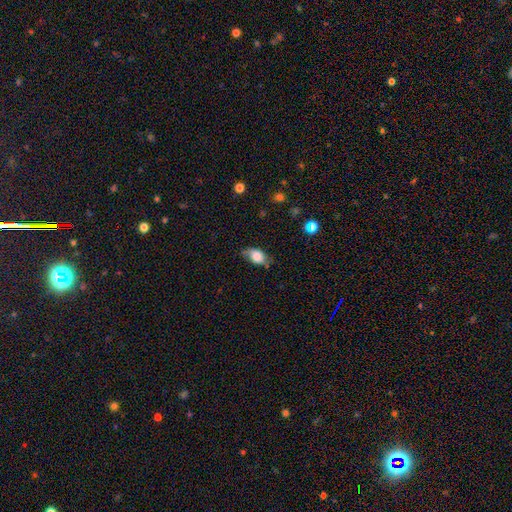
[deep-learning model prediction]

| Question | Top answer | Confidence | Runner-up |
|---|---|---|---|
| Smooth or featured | smooth | 74% | featured or disk (18%) |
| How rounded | in between | 87% | round (10%) |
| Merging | none | 61% | minor disturbance (29%) |